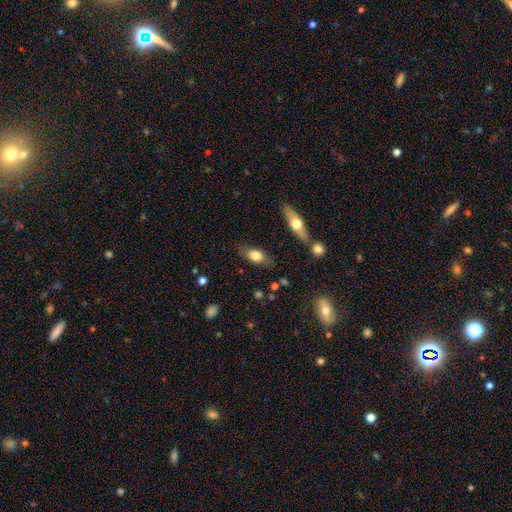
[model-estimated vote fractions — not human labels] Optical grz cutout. It shows a smooth galaxy with no disk features (69%) that is in between round and cigar-shaped (79%). Merging: none (78%).